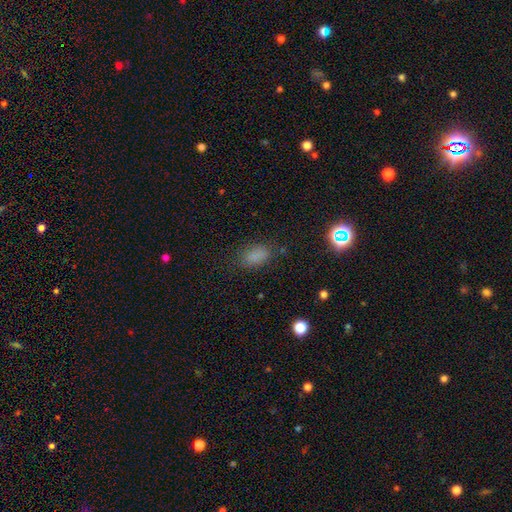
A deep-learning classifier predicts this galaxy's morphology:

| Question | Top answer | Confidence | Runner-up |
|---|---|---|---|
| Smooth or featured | smooth | 78% | star or artifact (15%) |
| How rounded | in between | 88% | round (9%) |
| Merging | none | 77% | minor disturbance (15%) |